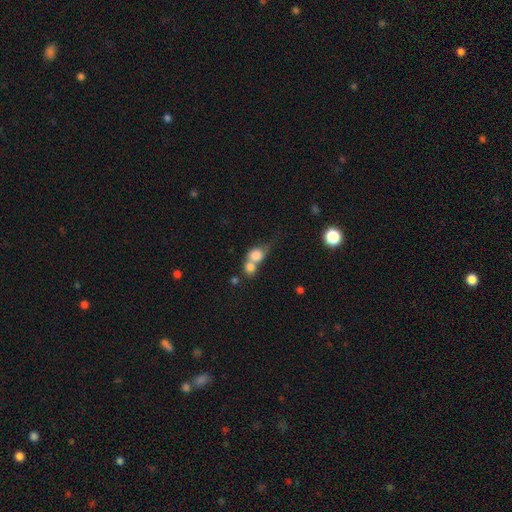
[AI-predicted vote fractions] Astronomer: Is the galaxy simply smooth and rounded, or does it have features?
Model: smooth — 77%.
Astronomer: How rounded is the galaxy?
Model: round — 62%.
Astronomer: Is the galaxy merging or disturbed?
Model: merger — 69%.